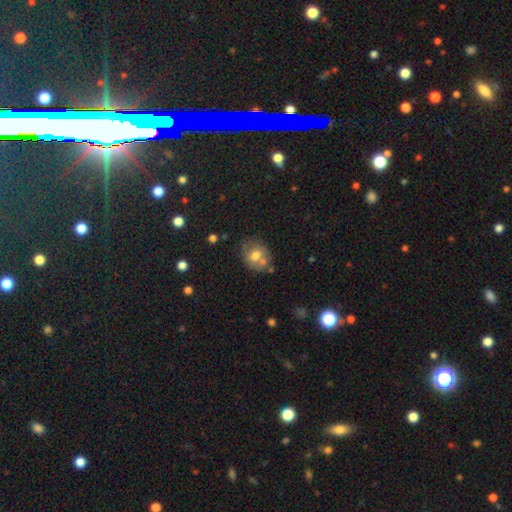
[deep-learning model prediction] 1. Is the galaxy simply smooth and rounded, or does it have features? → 64% smooth, 26% featured or disk, 10% star or artifact.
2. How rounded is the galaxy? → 58% round, 41% in between, 1% cigar-shaped.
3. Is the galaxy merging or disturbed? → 58% none, 18% minor disturbance, 18% merger, 6% major disturbance.